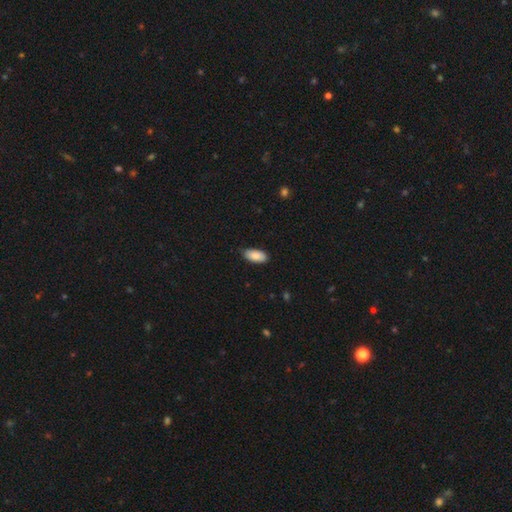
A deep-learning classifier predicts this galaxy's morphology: Smooth or featured? smooth (87%)
How rounded? in between (93%)
Merging? none (83%)